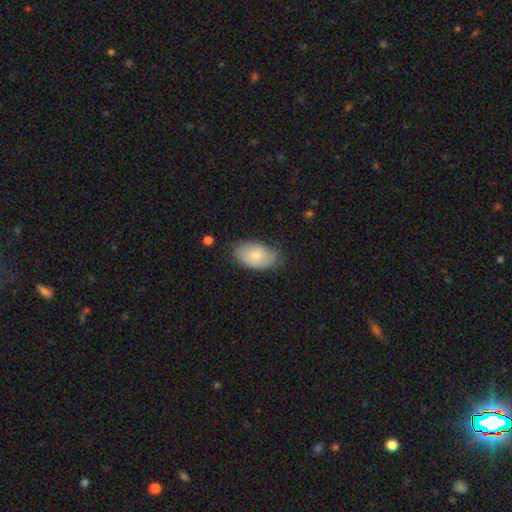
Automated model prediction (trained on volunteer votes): This is likely a smooth galaxy (67%). How rounded: clearly in between (92%). Merging: likely none (69%).